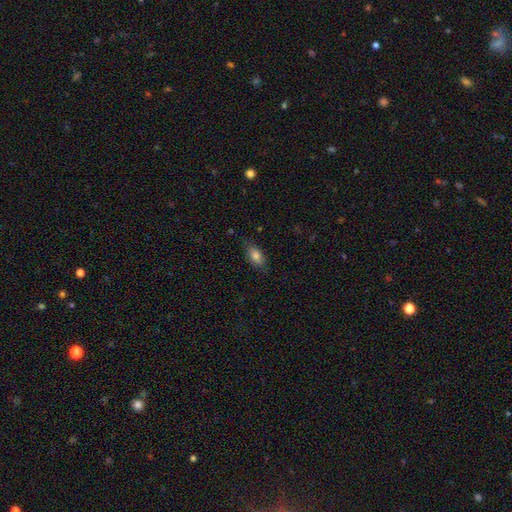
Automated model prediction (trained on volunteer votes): Morphology: type=smooth (81%); roundness=in between (89%); merging=none (79%).